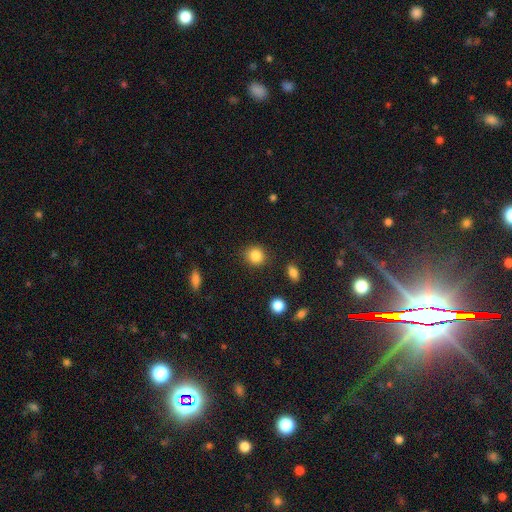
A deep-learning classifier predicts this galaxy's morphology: Smooth or featured? Predicted: smooth (p=0.86). How rounded? Predicted: round (p=0.86). Merging? Predicted: none (p=0.87).